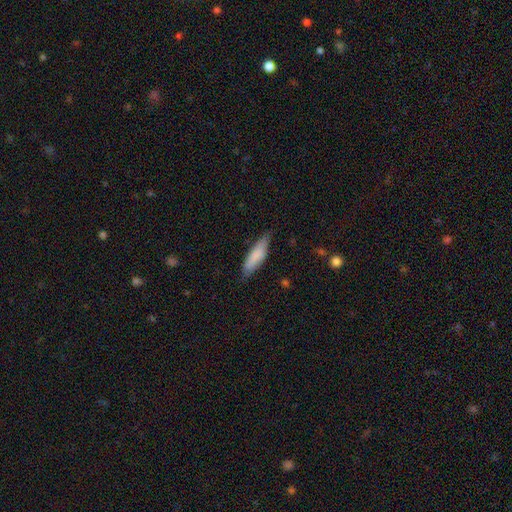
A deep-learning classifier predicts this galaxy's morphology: smooth_or_featured: smooth (p=0.78) [alt: featured or disk p=0.16]
how_rounded: cigar-shaped (p=0.59) [alt: in between p=0.40]
merging: none (p=0.70) [alt: minor disturbance p=0.24]